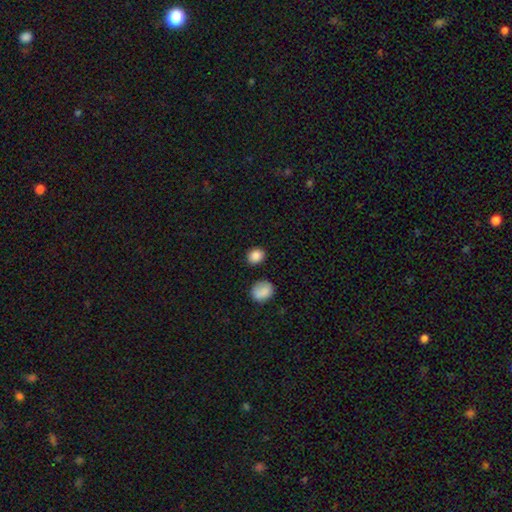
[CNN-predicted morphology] This appears to be a smooth galaxy with no disk features (86%) that is round (66%). Merging: none (85%).